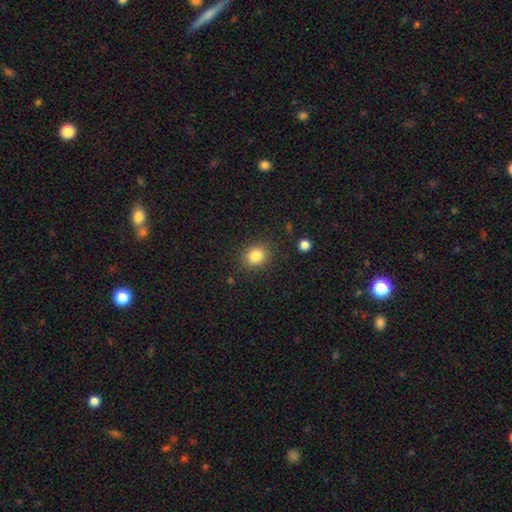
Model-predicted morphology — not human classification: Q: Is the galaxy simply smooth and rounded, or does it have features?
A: smooth — 84%.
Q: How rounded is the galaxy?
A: round — 69%.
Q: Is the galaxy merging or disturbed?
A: none — 86%.